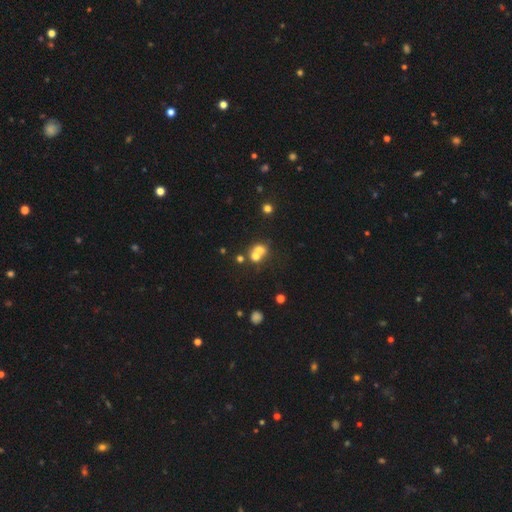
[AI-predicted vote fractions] Smooth or featured?
  - smooth: 63% *
  - featured or disk: 21%
  - star or artifact: 16%
How rounded?
  - round: 73% *
  - in between: 26%
  - cigar-shaped: 1%
Merging?
  - merger: 62% *
  - none: 28%
  - minor disturbance: 6%
  - major disturbance: 4%